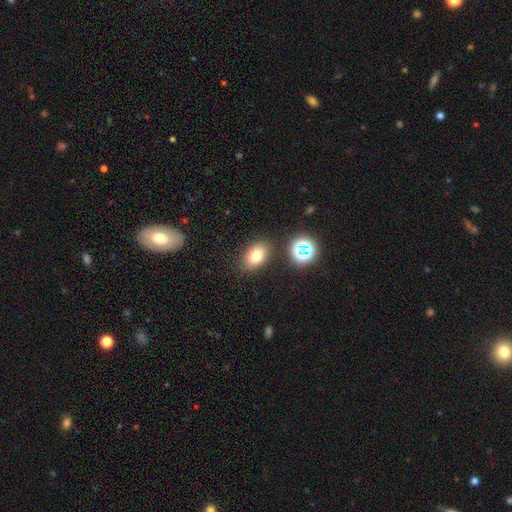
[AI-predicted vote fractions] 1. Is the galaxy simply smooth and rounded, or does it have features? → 77% smooth, 14% star or artifact, 9% featured or disk.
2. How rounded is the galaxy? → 80% in between, 18% round, 1% cigar-shaped.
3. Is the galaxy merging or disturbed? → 83% none, 10% minor disturbance, 4% merger, 3% major disturbance.